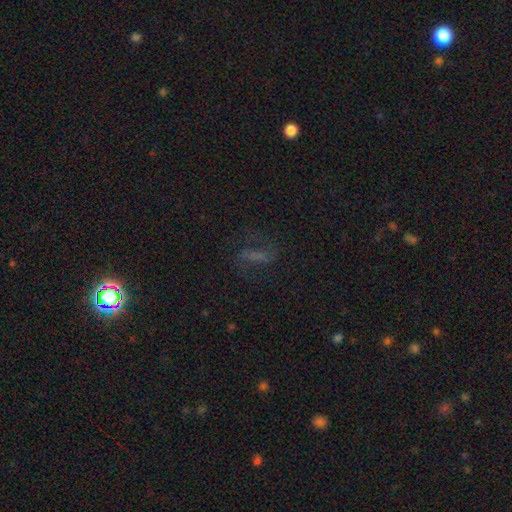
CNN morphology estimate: Smooth or featured? featured or disk (40%)
Merging? none (65%)